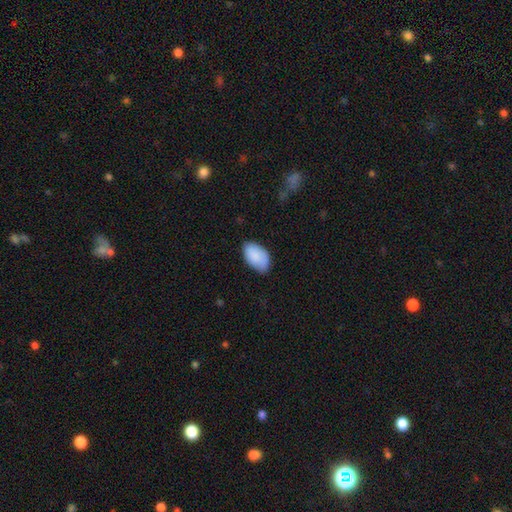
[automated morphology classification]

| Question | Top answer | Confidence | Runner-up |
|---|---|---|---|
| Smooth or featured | smooth | 88% | featured or disk (6%) |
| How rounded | in between | 94% | round (4%) |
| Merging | none | 72% | minor disturbance (24%) |